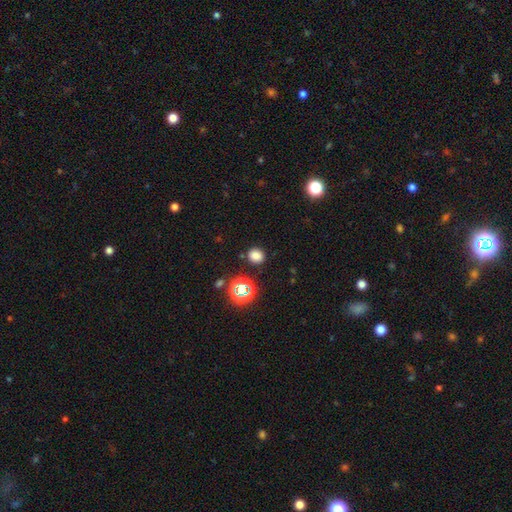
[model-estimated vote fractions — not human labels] Q: Smooth or featured?
A: smooth (76%); runner-up: star or artifact (18%)
Q: How rounded?
A: round (75%); runner-up: in between (24%)
Q: Merging?
A: none (86%); runner-up: minor disturbance (8%)